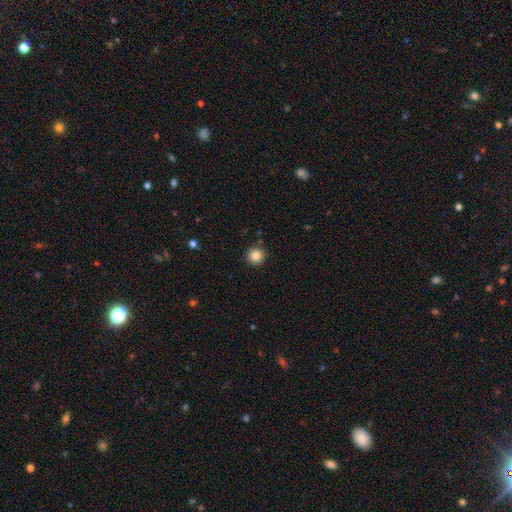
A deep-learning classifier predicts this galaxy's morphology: This appears to be a smooth galaxy with no disk features (84%) that is round (95%). Merging: none (91%).